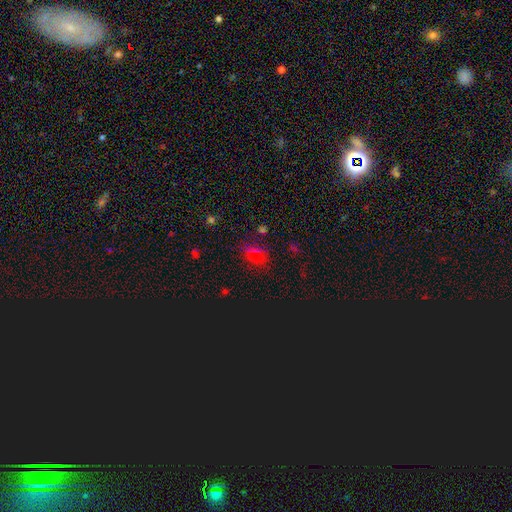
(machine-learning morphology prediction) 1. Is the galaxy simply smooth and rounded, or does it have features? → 51% smooth, 41% star or artifact, 8% featured or disk.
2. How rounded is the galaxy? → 55% in between, 39% round, 6% cigar-shaped.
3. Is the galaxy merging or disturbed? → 78% none, 13% minor disturbance, 6% major disturbance, 4% merger.